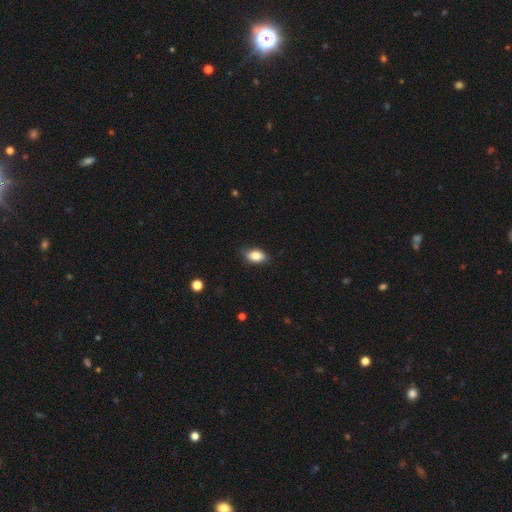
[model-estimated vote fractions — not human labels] Morphology: type=smooth (82%); roundness=in between (87%); merging=none (78%).